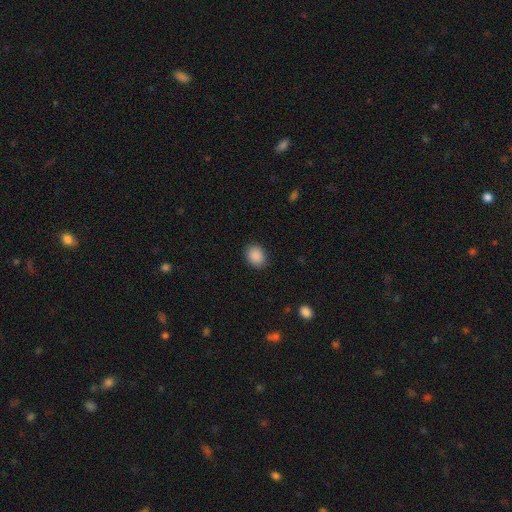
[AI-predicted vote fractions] Morphology: type=smooth (89%); roundness=round (53%); merging=none (88%).